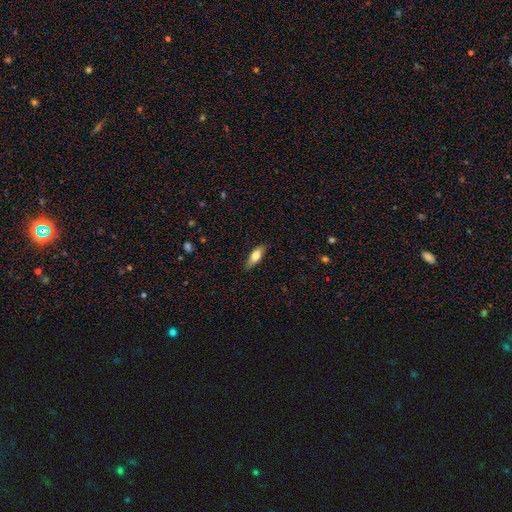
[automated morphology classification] smooth-or-featured: smooth: 73% | featured or disk: 21% | star or artifact: 6%
  how-rounded: in between: 70% | cigar-shaped: 27% | round: 3%
  merging: none: 84% | minor disturbance: 13% | major disturbance: 2% | merger: 1%